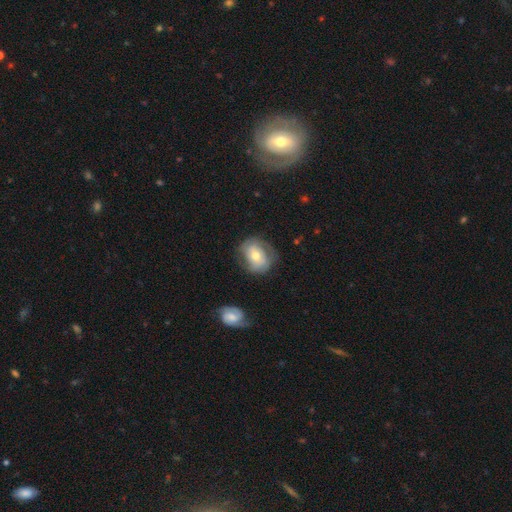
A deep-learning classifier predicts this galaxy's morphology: This is possibly a featured or disk galaxy (48%). Merging: likely none (65%).